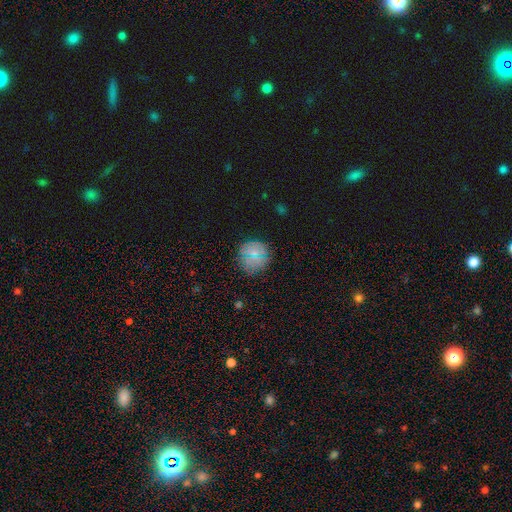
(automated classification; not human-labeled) smooth-or-featured: smooth: 55% | star or artifact: 30% | featured or disk: 15%
  how-rounded: round: 92% | in between: 6% | cigar-shaped: 1%
  merging: none: 86% | minor disturbance: 9% | major disturbance: 3% | merger: 2%